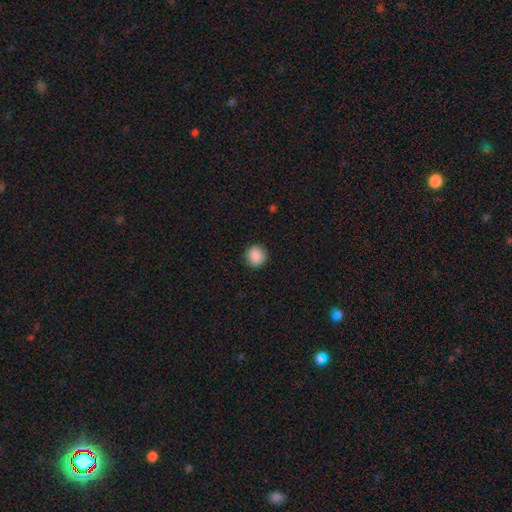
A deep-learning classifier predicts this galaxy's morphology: smooth-or-featured: smooth: 89% | star or artifact: 8% | featured or disk: 3%
  how-rounded: round: 90% | in between: 9% | cigar-shaped: 1%
  merging: none: 90% | minor disturbance: 7% | major disturbance: 2% | merger: 1%